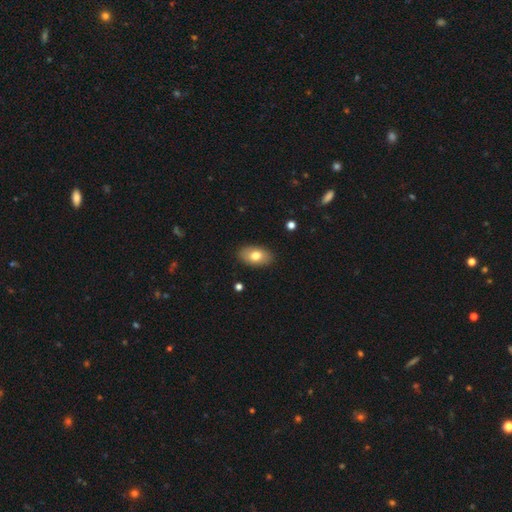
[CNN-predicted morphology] Smooth or featured? smooth (76%)
How rounded? in between (91%)
Merging? none (88%)